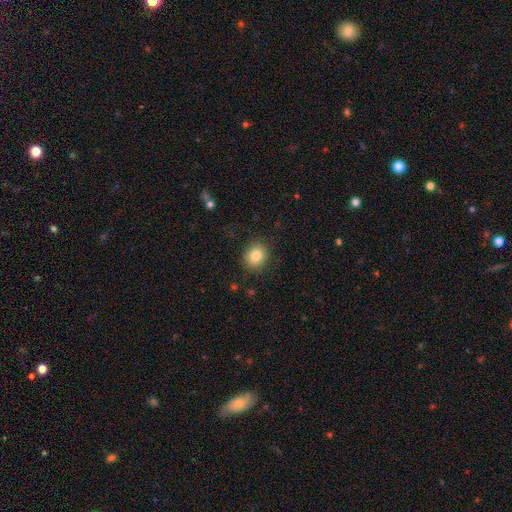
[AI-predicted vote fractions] A smooth galaxy with no disk features (83%) that is round (66%). Merging: none (87%).